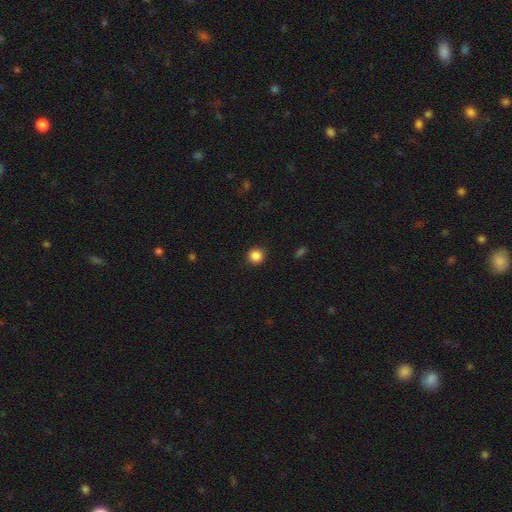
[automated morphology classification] type=smooth (86%); roundness=round (94%); merging=none (92%).